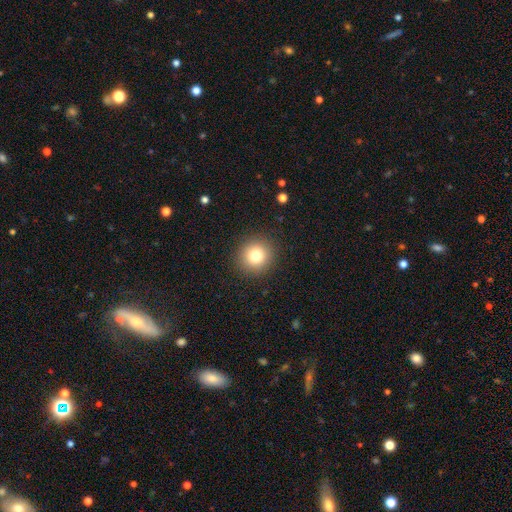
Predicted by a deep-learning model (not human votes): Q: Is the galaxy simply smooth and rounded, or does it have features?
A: smooth — 79%.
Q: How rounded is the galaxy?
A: round — 92%.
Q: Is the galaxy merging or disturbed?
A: none — 91%.